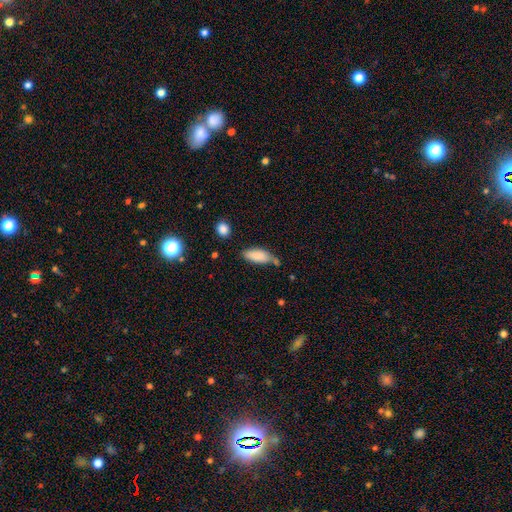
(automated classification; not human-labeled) Smooth or featured: smooth — 85% (featured or disk — 8%)
How rounded: in between — 80% (cigar-shaped — 18%)
Merging: none — 51% (minor disturbance — 28%)